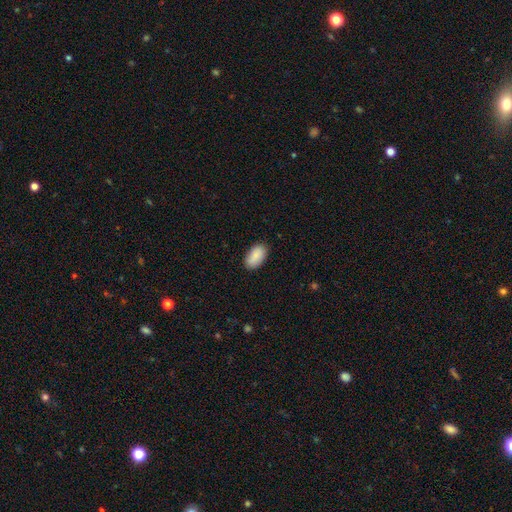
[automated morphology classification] smooth-or-featured: smooth: 88% | star or artifact: 6% | featured or disk: 5%
  how-rounded: in between: 94% | round: 4% | cigar-shaped: 2%
  merging: none: 84% | minor disturbance: 13% | major disturbance: 2% | merger: 1%